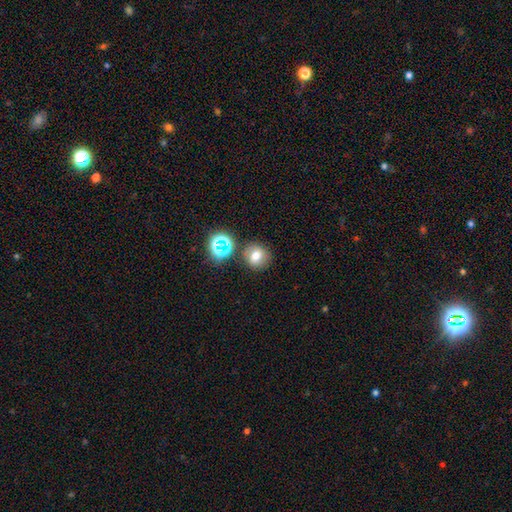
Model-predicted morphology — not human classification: Q: Smooth or featured?
A: smooth (69%); runner-up: star or artifact (19%)
Q: How rounded?
A: round (84%); runner-up: in between (15%)
Q: Merging?
A: none (78%); runner-up: minor disturbance (10%)